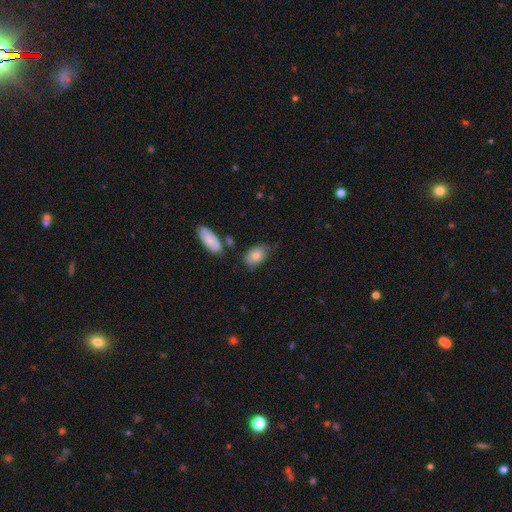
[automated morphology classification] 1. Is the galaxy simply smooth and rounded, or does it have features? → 80% smooth, 13% featured or disk, 7% star or artifact.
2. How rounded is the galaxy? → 88% in between, 9% round, 2% cigar-shaped.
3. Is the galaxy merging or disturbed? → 60% none, 26% minor disturbance, 7% major disturbance, 6% merger.